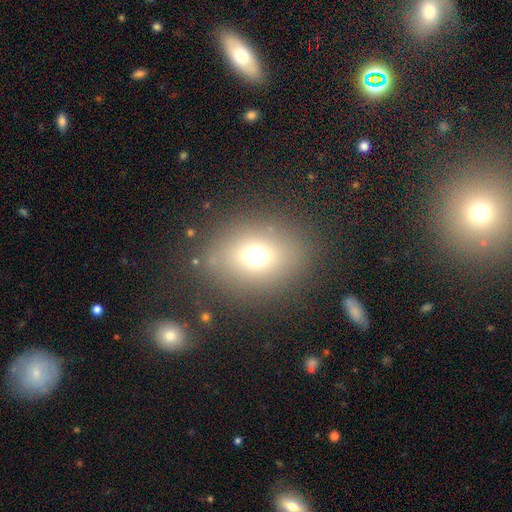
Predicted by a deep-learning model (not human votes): Smooth or featured? smooth (68%)
How rounded? round (56%)
Merging? none (83%)